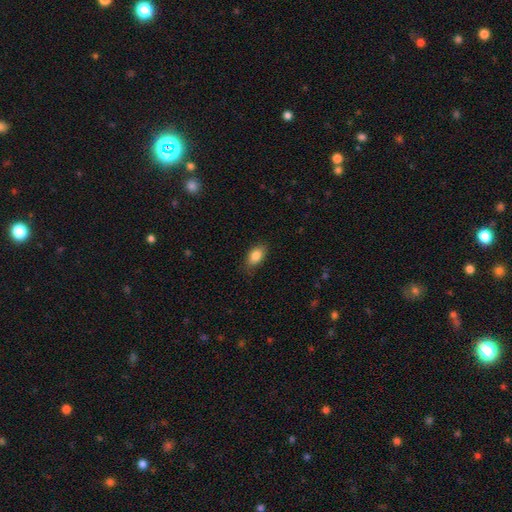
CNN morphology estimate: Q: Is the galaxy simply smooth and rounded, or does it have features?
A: smooth — 84%.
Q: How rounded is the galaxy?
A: in between — 89%.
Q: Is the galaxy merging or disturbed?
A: none — 82%.